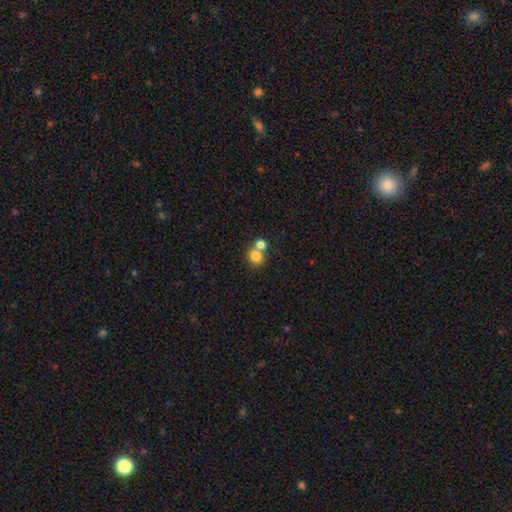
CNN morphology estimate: A smooth galaxy with no disk features (80%) that is round (73%).

Vote fractions:
- Smooth or featured? smooth: 80% / star or artifact: 11% / featured or disk: 9%
- How rounded? round: 73% / in between: 26% / cigar-shaped: 1%
- Merging? merger: 48% / none: 42% / minor disturbance: 7% / major disturbance: 3%